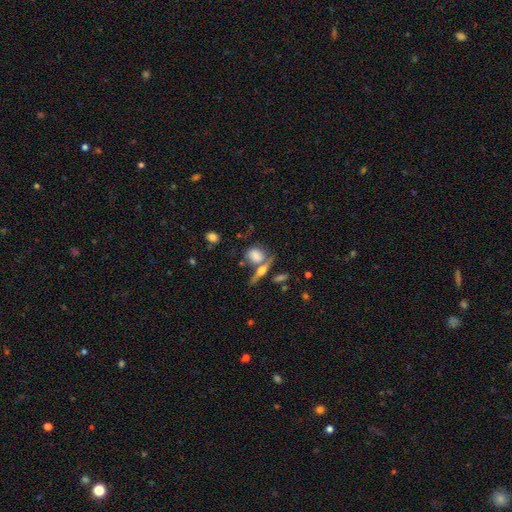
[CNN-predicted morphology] Q: Smooth or featured?
A: smooth (66%); runner-up: featured or disk (24%)
Q: How rounded?
A: in between (51%); runner-up: round (41%)
Q: Merging?
A: none (45%); runner-up: merger (30%)